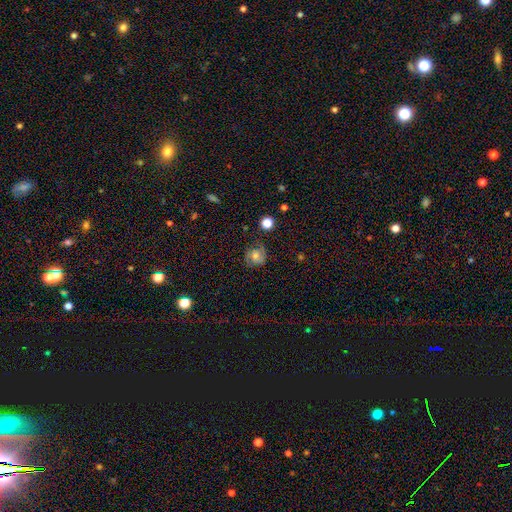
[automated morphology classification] featured or disk 58%, smooth 31%, star or artifact 11%. Down the decision tree: edge-on disk — no (97%); bar — no (66%); spiral arms — yes (90%); spiral arm count — 2 (79%); spiral winding — tight (45%); bulge size — moderate (56%); merging — none (75%).